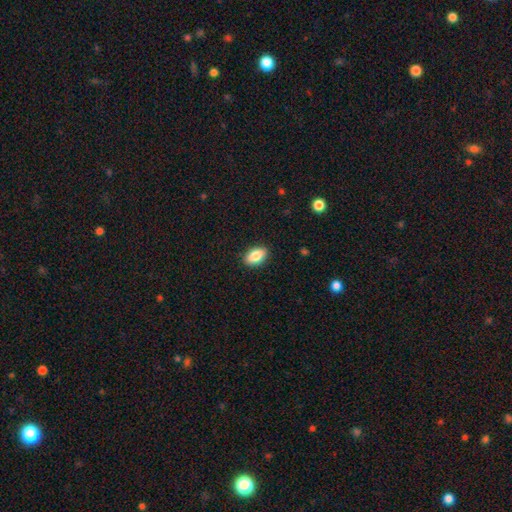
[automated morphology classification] A smooth galaxy with no disk features (84%) that is in between round and cigar-shaped (90%).

Vote fractions:
- Smooth or featured? smooth: 84% / featured or disk: 9% / star or artifact: 7%
- How rounded? in between: 90% / round: 6% / cigar-shaped: 4%
- Merging? none: 89% / minor disturbance: 8% / major disturbance: 2% / merger: 1%